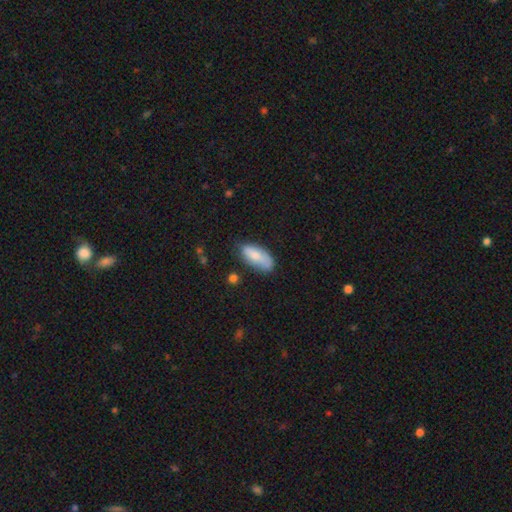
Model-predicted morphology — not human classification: Smooth or featured? smooth (80%)
How rounded? in between (84%)
Merging? none (55%)